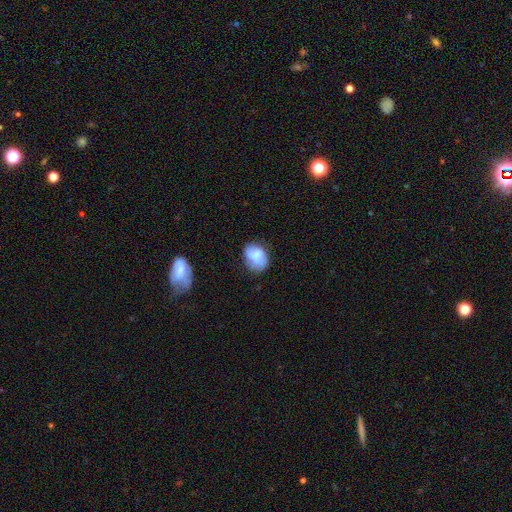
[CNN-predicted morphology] Overall: smooth (65%; featured or disk 26%). How rounded: in between (63%; round 36%). Merging: none (51%; minor disturbance 31%).